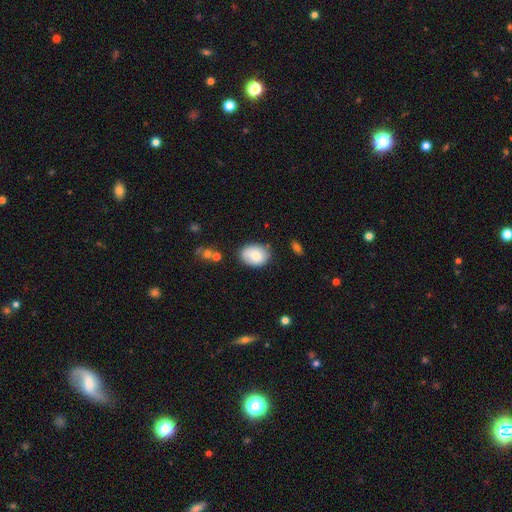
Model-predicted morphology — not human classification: Overall: smooth (77%). How rounded: in between (68%; round 31%). Merging: none (77%).